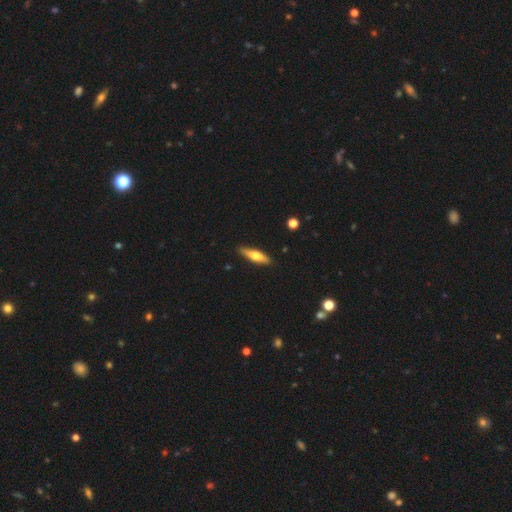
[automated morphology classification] A smooth galaxy with no disk features (53%) that is cigar-shaped (70%). Merging: none (88%).